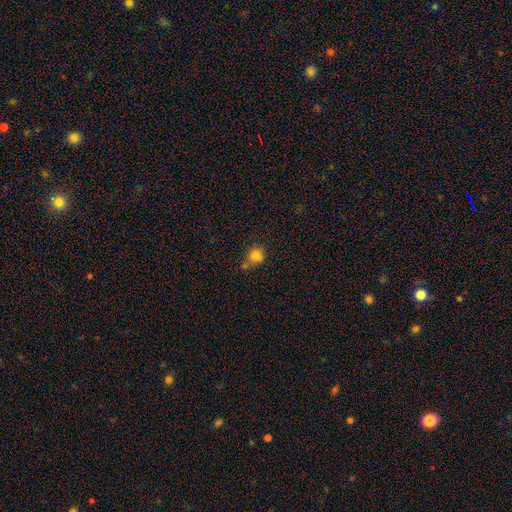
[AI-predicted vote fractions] Smooth or featured? smooth (77%)
How rounded? round (78%)
Merging? none (50%)